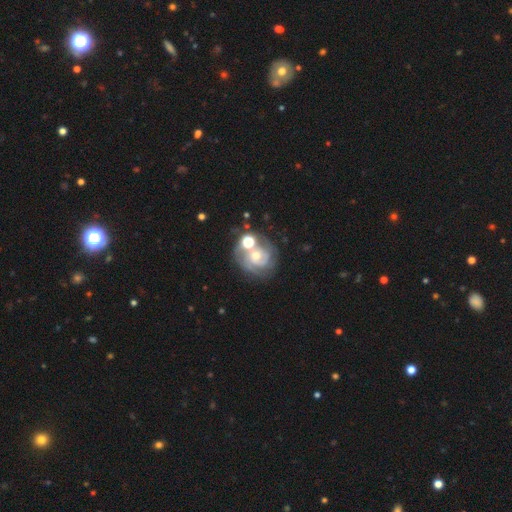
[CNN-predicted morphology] A featured or disk galaxy (75%) with no bar (72%), 2 (43%) tight (59%) spiral arms (88%) and a moderate central bulge (46%).

Vote fractions:
- Smooth or featured? featured or disk: 75% / smooth: 16% / star or artifact: 8%
- Edge-on disk? no: 98% / yes: 2%
- Bar? no: 72% / weak: 22% / strong: 5%
- Spiral arms? yes: 88% / no: 12%
- Spiral winding? tight: 59% / medium: 32% / loose: 9%
- Spiral arm count? 2: 43% / can't tell: 27% / 3: 16% / 1: 7% / 4: 3% / more than 4: 3%
- Bulge size? moderate: 46% / small: 45% / large: 5% / none: 3% / dominant: 1%
- Merging? none: 49% / merger: 25% / minor disturbance: 16% / major disturbance: 11%